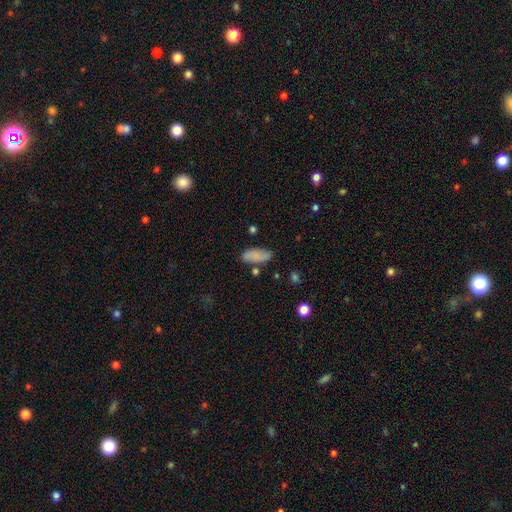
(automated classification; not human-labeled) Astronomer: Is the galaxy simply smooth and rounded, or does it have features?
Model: smooth — 81%.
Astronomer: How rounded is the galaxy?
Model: in between — 85%.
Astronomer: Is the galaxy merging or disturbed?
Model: none — 69%.